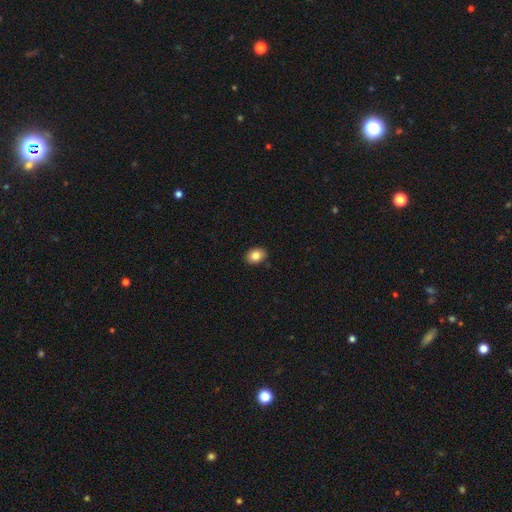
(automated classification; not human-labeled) This is clearly a smooth galaxy (84%). How rounded: likely in between (65%). Merging: clearly none (89%).